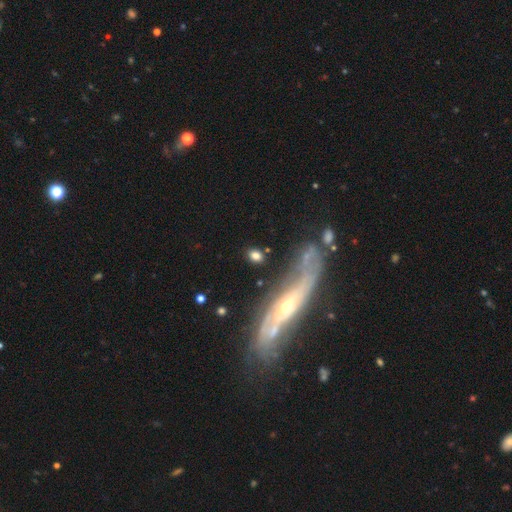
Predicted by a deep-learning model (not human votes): Q: Smooth or featured?
A: smooth (72%); runner-up: featured or disk (19%)
Q: How rounded?
A: in between (69%); runner-up: round (25%)
Q: Merging?
A: none (77%); runner-up: minor disturbance (12%)